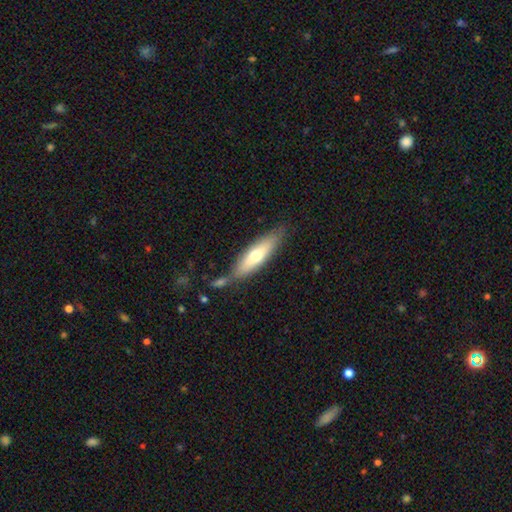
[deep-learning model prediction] This is possibly a smooth galaxy (59%). How rounded: possibly cigar-shaped (59%). Merging: likely none (64%).